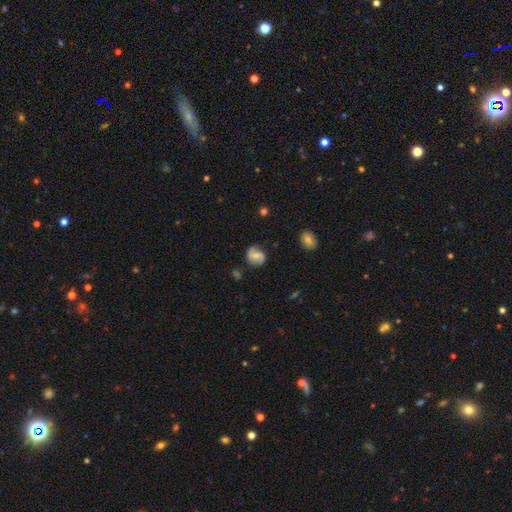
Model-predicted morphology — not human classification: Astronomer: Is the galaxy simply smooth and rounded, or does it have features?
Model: featured or disk — 53% (runner-up: smooth, 39%).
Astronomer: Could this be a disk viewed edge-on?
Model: no — 97%.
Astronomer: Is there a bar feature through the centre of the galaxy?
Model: no — 46% (runner-up: weak, 42%).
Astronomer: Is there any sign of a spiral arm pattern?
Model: yes — 88%.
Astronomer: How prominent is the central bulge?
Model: small — 43% (runner-up: moderate, 42%).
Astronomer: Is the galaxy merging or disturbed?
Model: none — 72%.